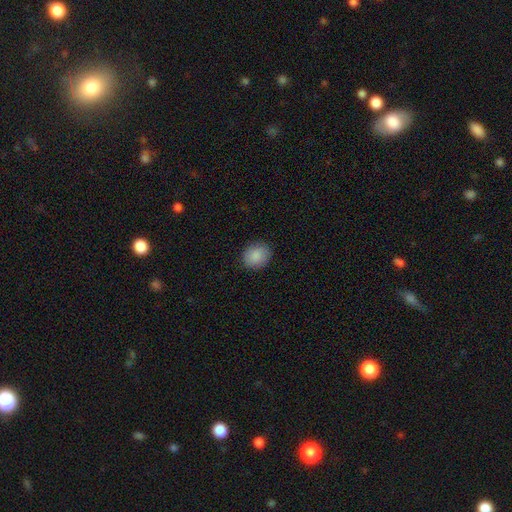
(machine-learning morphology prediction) The model was most divided on "how rounded": round: 69%, in between: 30%, cigar-shaped: 1%. More confident: smooth or featured — smooth (88%); merging — none (88%).